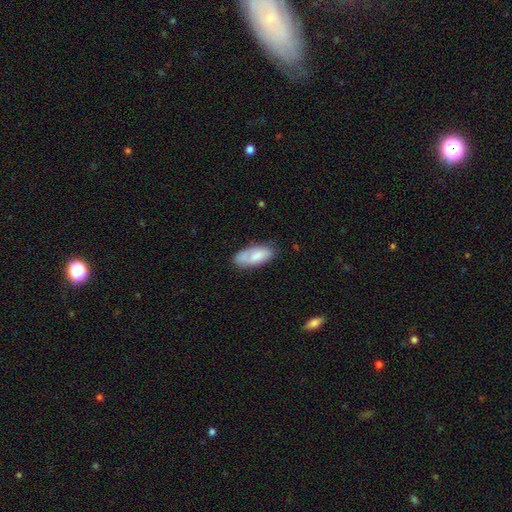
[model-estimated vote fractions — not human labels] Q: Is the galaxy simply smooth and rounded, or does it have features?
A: smooth — 76%.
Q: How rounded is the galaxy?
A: in between — 86%.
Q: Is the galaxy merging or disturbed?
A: none — 64%.